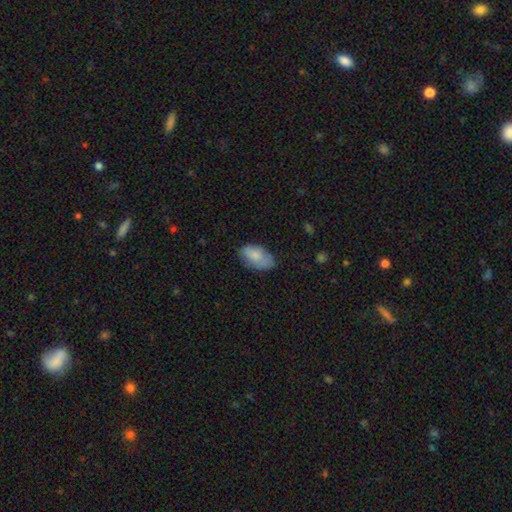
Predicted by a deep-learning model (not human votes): smooth-or-featured: smooth: 79% | featured or disk: 14% | star or artifact: 7%
  how-rounded: in between: 94% | round: 4% | cigar-shaped: 2%
  merging: none: 62% | minor disturbance: 29% | major disturbance: 7% | merger: 2%